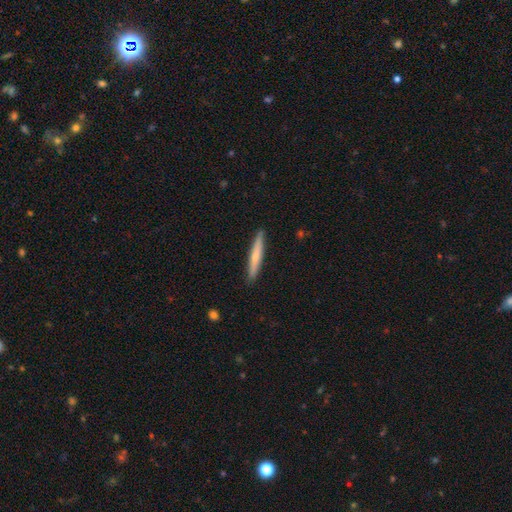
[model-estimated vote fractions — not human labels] A smooth galaxy with no disk features (62%) that is cigar-shaped (95%). Merging: none (90%).